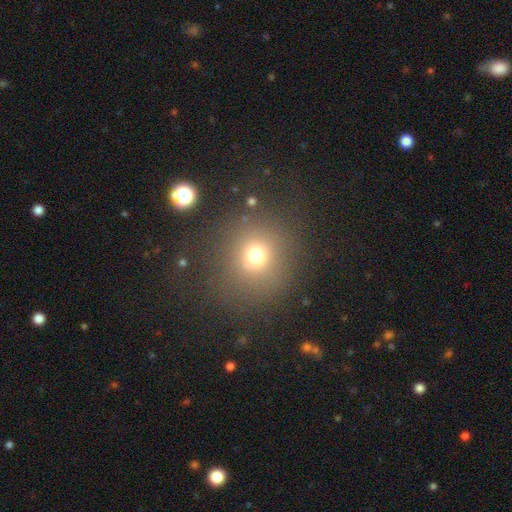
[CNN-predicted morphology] Smooth or featured? smooth (71%)
How rounded? round (86%)
Merging? none (80%)